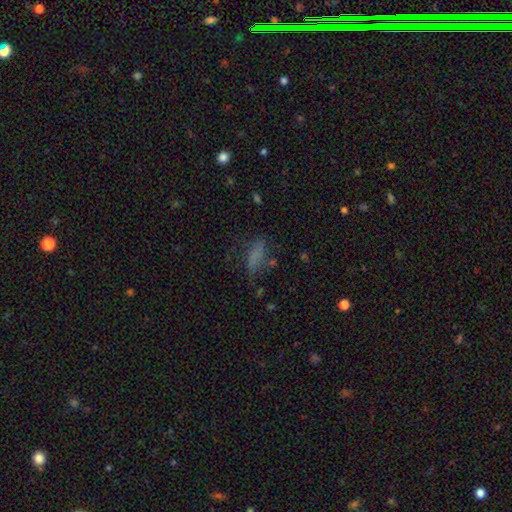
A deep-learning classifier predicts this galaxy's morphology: This is likely a smooth galaxy (71%). How rounded: possibly in between (56%). Merging: likely none (61%).